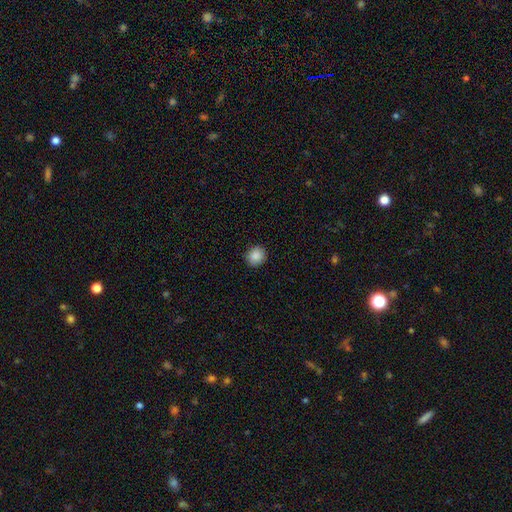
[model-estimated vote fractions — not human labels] smooth 88%, star or artifact 9%, featured or disk 3%. Down the decision tree: how rounded — round (88%); merging — none (91%).